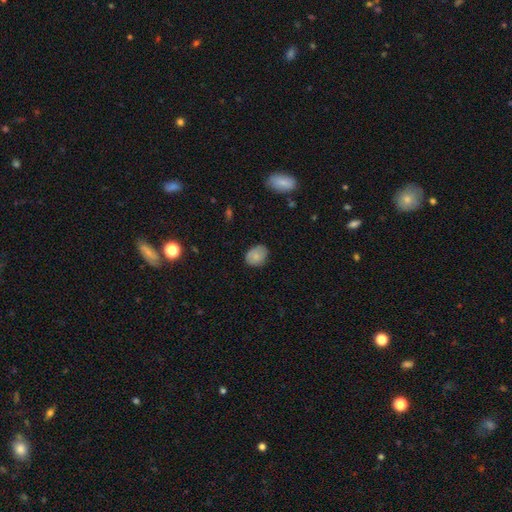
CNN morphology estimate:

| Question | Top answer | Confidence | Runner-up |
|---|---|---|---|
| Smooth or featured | smooth | 76% | featured or disk (16%) |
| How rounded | in between | 66% | round (33%) |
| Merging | none | 77% | minor disturbance (18%) |